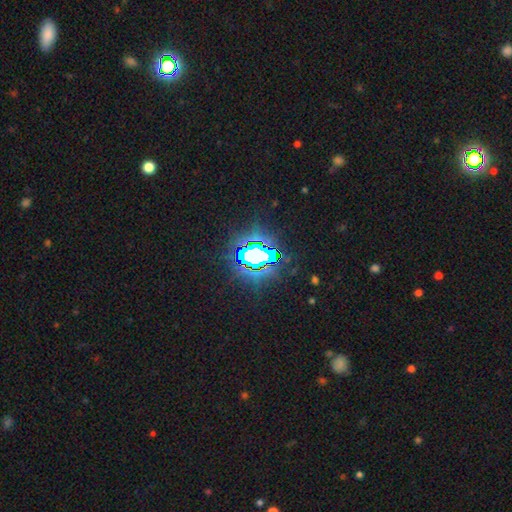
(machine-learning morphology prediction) Smooth or featured: star or artifact — 74% (smooth — 15%)